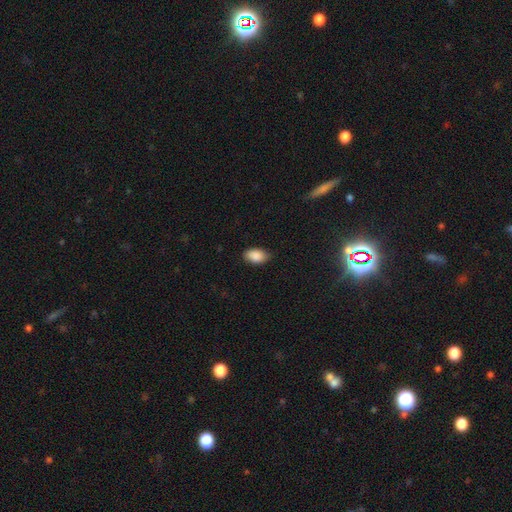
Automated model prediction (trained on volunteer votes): Q: Smooth or featured?
A: smooth (89%); runner-up: star or artifact (7%)
Q: How rounded?
A: in between (91%); runner-up: round (7%)
Q: Merging?
A: none (82%); runner-up: minor disturbance (15%)